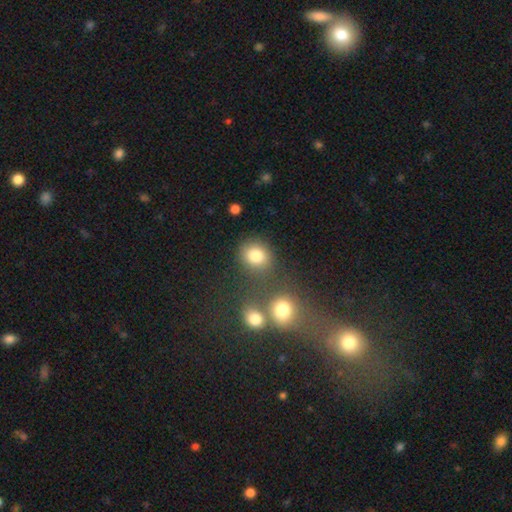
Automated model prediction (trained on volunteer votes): smooth_or_featured: smooth (p=0.82) [alt: star or artifact p=0.12]
how_rounded: round (p=0.68) [alt: in between p=0.31]
merging: none (p=0.70) [alt: merger p=0.13]